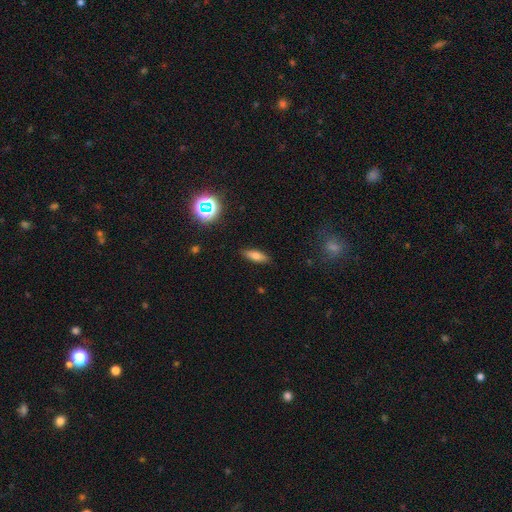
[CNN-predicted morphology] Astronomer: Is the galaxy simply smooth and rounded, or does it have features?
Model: smooth — 70%.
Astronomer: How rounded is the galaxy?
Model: in between — 59% (runner-up: cigar-shaped, 37%).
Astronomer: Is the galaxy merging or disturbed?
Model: none — 88%.